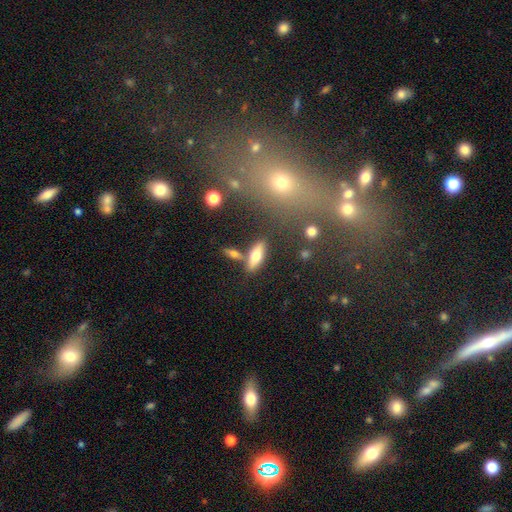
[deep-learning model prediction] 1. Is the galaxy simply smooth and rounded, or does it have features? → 66% smooth, 26% featured or disk, 8% star or artifact.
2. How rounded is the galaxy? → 63% in between, 34% cigar-shaped, 3% round.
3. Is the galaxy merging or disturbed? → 69% none, 16% merger, 12% minor disturbance, 4% major disturbance.